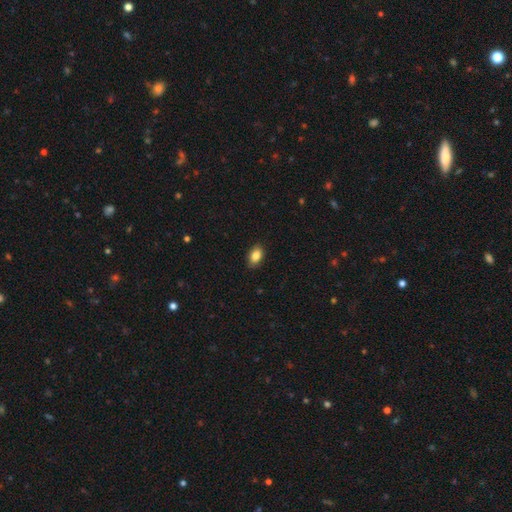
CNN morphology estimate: Smooth or featured: smooth — 86% (star or artifact — 8%)
How rounded: in between — 89% (round — 10%)
Merging: none — 87% (minor disturbance — 10%)